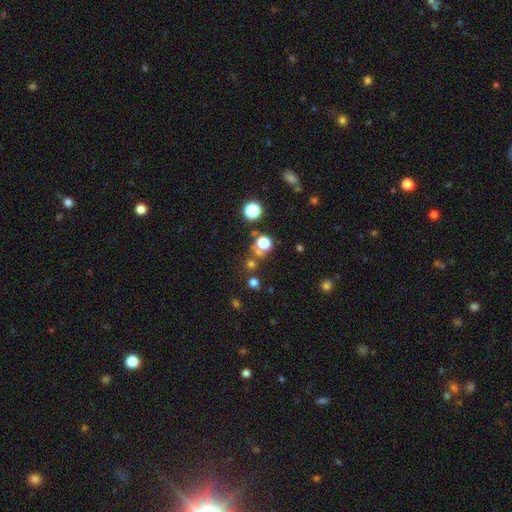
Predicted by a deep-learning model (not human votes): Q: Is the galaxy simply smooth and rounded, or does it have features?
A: star or artifact — 56%.